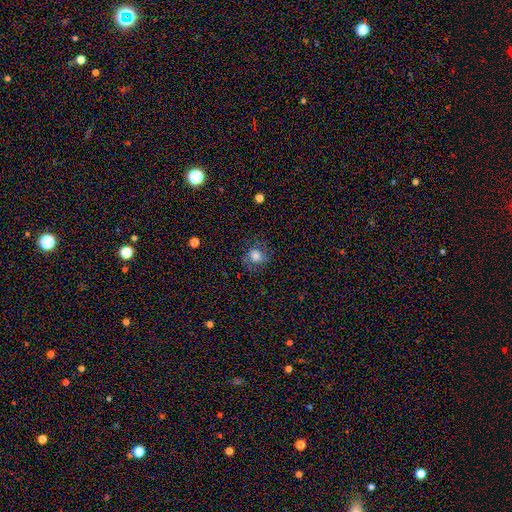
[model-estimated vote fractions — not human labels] Morphology: type=smooth (61%); roundness=round (71%); merging=none (69%).